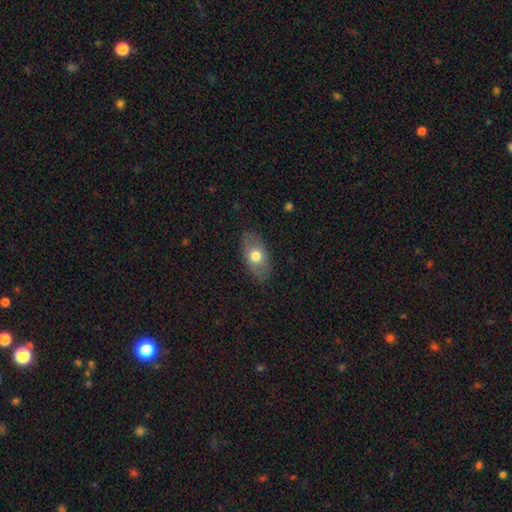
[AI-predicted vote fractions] A smooth galaxy with no disk features (68%) that is in between round and cigar-shaped (88%). Merging: none (82%).